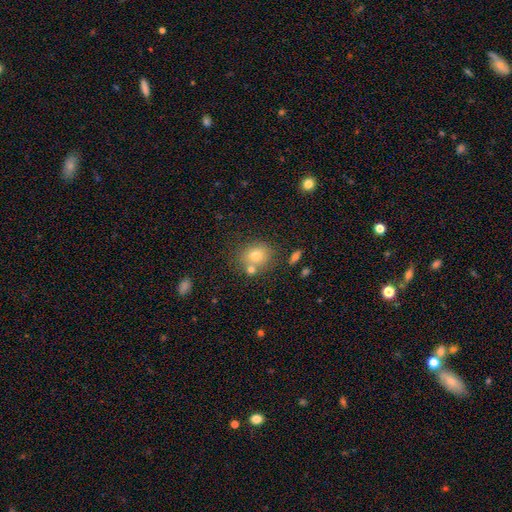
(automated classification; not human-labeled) smooth-or-featured: smooth: 74% | featured or disk: 14% | star or artifact: 12%
  how-rounded: round: 65% | in between: 34% | cigar-shaped: 1%
  merging: none: 65% | merger: 20% | minor disturbance: 12% | major disturbance: 4%